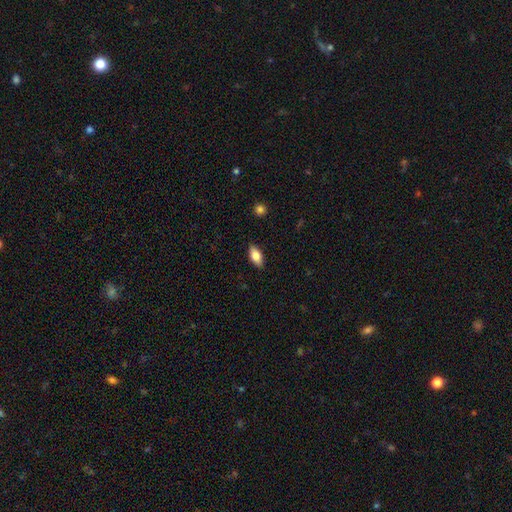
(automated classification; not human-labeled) Q: Smooth or featured?
A: smooth (74%); runner-up: featured or disk (19%)
Q: How rounded?
A: in between (87%); runner-up: cigar-shaped (10%)
Q: Merging?
A: none (88%); runner-up: minor disturbance (9%)